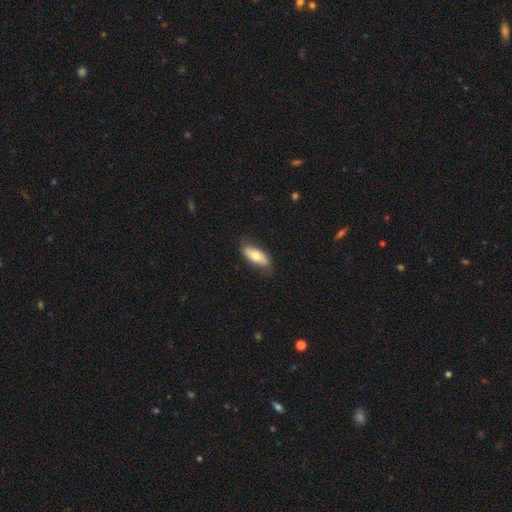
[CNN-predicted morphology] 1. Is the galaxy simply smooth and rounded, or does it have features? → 68% smooth, 26% featured or disk, 5% star or artifact.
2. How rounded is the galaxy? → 77% in between, 21% cigar-shaped, 2% round.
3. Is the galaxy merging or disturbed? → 78% none, 18% minor disturbance, 3% major disturbance, 1% merger.